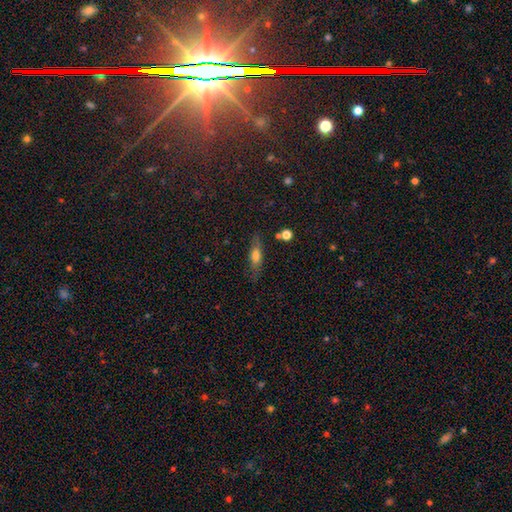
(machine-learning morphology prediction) Smooth or featured? Predicted: smooth (p=0.62). How rounded? Predicted: cigar-shaped (p=0.51). Merging? Predicted: none (p=0.77).